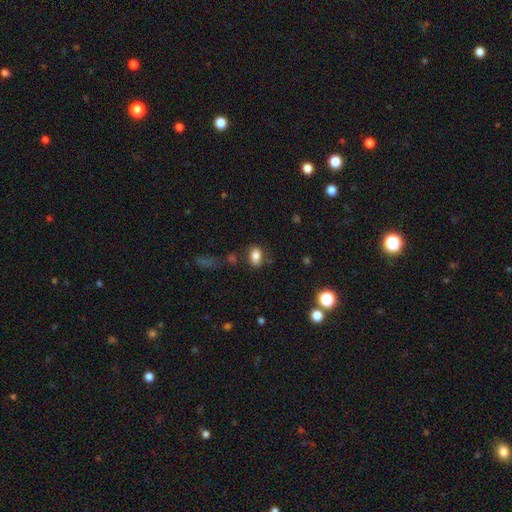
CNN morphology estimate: smooth-or-featured: smooth: 80% | featured or disk: 11% | star or artifact: 10%
  how-rounded: in between: 82% | round: 16% | cigar-shaped: 2%
  merging: none: 71% | minor disturbance: 18% | major disturbance: 6% | merger: 5%